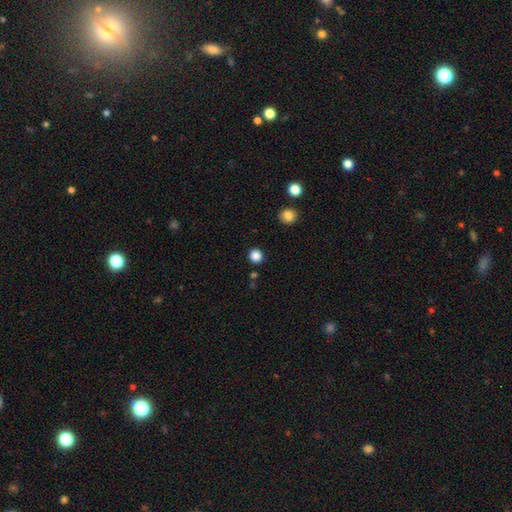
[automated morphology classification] A smooth galaxy with no disk features (85%) that is round (92%).

Vote fractions:
- Smooth or featured? smooth: 85% / star or artifact: 12% / featured or disk: 3%
- How rounded? round: 92% / in between: 7% / cigar-shaped: 1%
- Merging? none: 91% / minor disturbance: 5% / merger: 2% / major disturbance: 2%